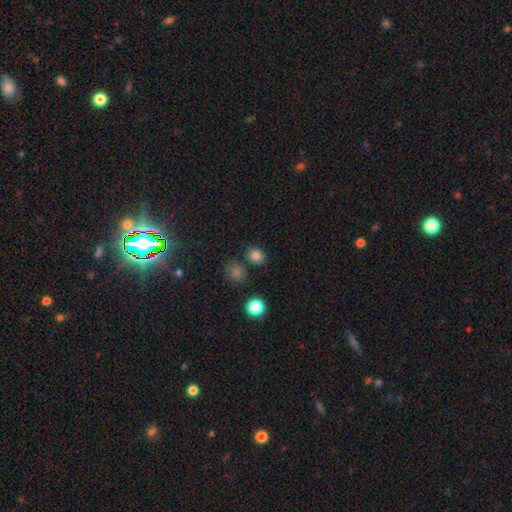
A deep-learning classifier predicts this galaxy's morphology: Smooth or featured? smooth (81%)
How rounded? round (70%)
Merging? none (78%)